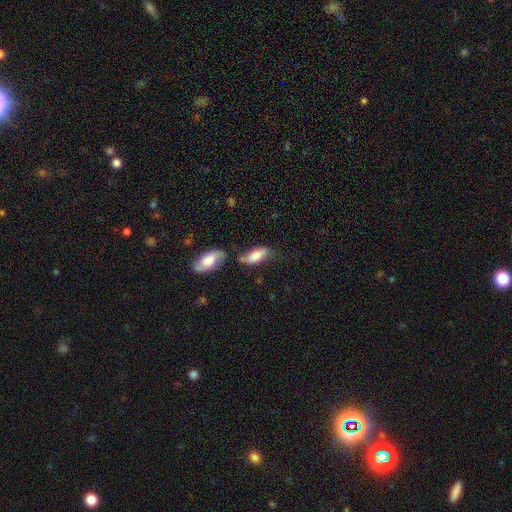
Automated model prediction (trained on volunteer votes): Smooth or featured: smooth — 77% (featured or disk — 16%)
How rounded: in between — 84% (cigar-shaped — 13%)
Merging: none — 44% (minor disturbance — 23%)